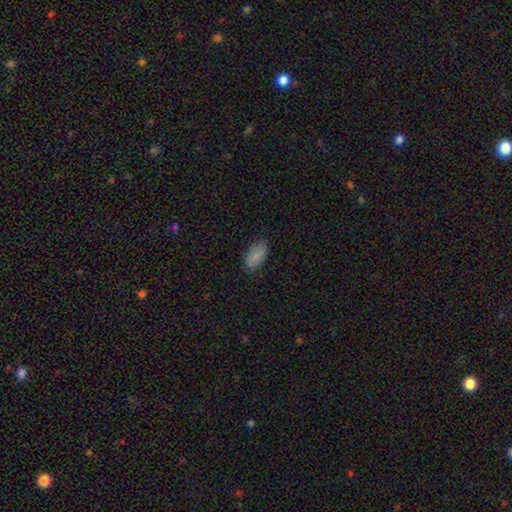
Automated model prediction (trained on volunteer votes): Smooth or featured?
  - smooth: 87% *
  - star or artifact: 8%
  - featured or disk: 5%
How rounded?
  - in between: 94% *
  - cigar-shaped: 3%
  - round: 3%
Merging?
  - none: 83% *
  - minor disturbance: 14%
  - major disturbance: 3%
  - merger: 1%